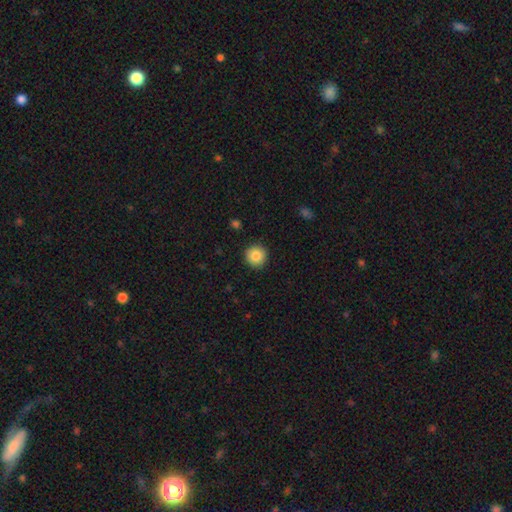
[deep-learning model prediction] Smooth or featured: smooth — 86% (star or artifact — 8%)
How rounded: round — 95% (in between — 4%)
Merging: none — 91% (minor disturbance — 6%)